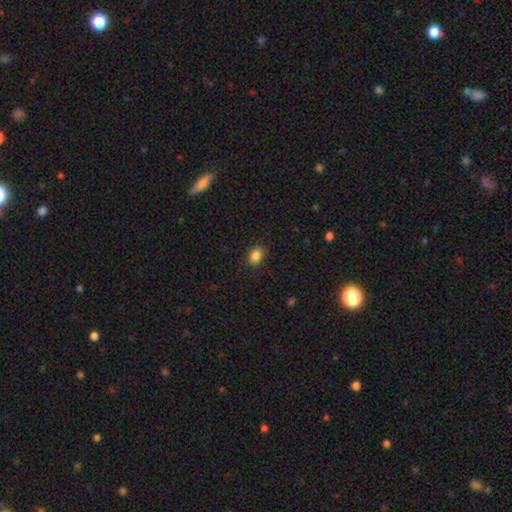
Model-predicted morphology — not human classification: A smooth galaxy with no disk features (86%) that is in between round and cigar-shaped (54%).

Vote fractions:
- Smooth or featured? smooth: 86% / star or artifact: 10% / featured or disk: 3%
- How rounded? in between: 54% / round: 45% / cigar-shaped: 1%
- Merging? none: 87% / minor disturbance: 9% / major disturbance: 3% / merger: 1%